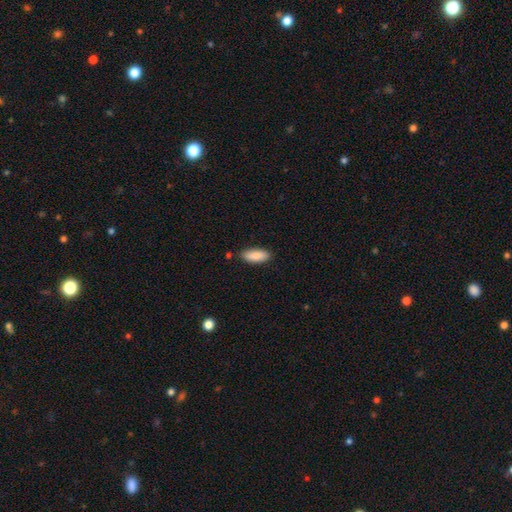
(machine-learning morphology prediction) Smooth or featured? Predicted: smooth (p=0.87). How rounded? Predicted: in between (p=0.75). Merging? Predicted: none (p=0.85).